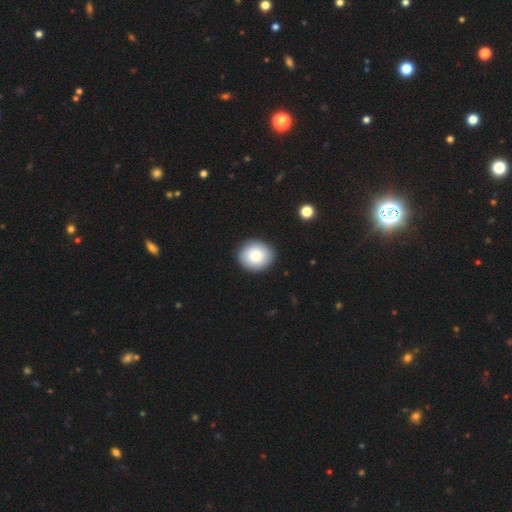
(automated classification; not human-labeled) smooth_or_featured: smooth (p=0.82) [alt: featured or disk p=0.10]
how_rounded: round (p=0.79) [alt: in between p=0.20]
merging: none (p=0.90) [alt: minor disturbance p=0.07]